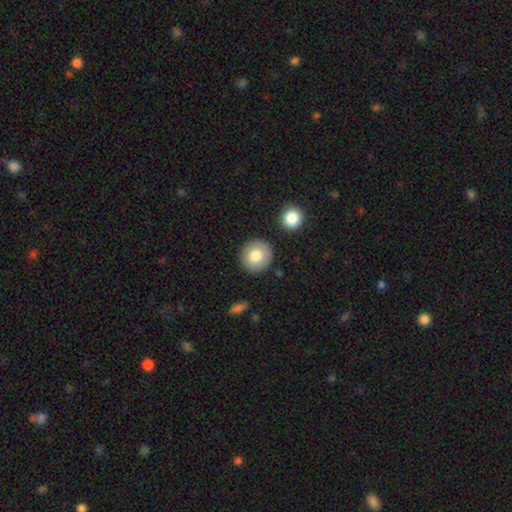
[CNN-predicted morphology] Q: Smooth or featured?
A: smooth (78%); runner-up: featured or disk (14%)
Q: How rounded?
A: round (93%); runner-up: in between (6%)
Q: Merging?
A: none (87%); runner-up: minor disturbance (8%)